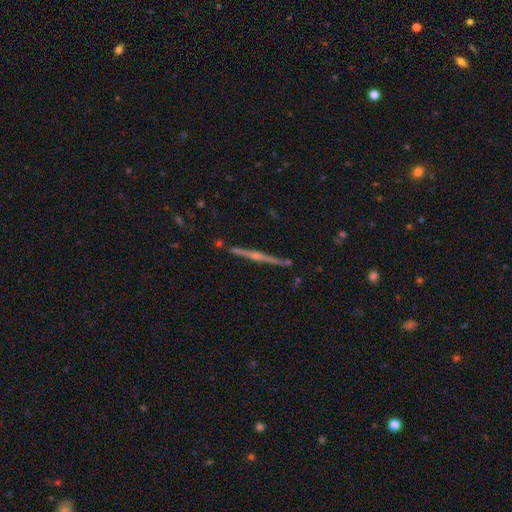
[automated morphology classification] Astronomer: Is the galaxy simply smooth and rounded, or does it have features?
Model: featured or disk — 82%.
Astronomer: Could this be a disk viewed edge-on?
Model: yes — 98%.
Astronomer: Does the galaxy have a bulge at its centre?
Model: rounded — 79%.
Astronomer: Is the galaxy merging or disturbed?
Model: none — 89%.